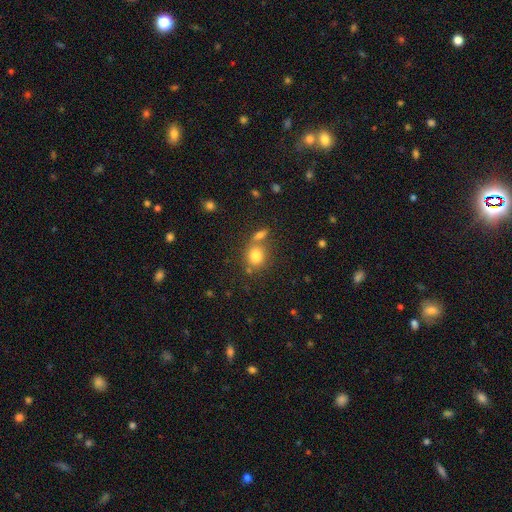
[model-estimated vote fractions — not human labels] This is clearly a smooth galaxy (80%). How rounded: possibly round (59%). Merging: possibly none (51%).